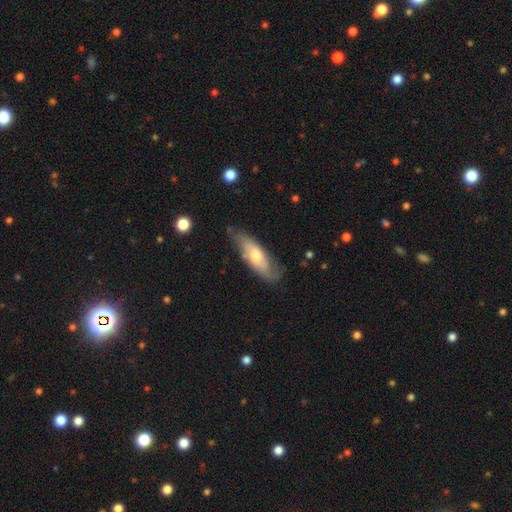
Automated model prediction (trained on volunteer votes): This appears to be a featured or disk galaxy (48%). Merging: none (67%).